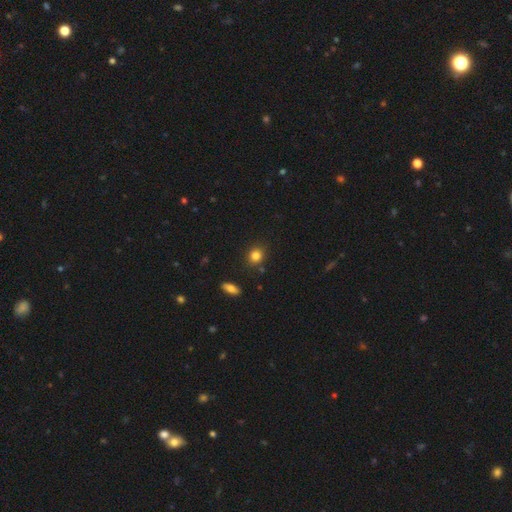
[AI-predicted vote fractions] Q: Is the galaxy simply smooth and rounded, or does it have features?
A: smooth — 83%.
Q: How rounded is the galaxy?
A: round — 79%.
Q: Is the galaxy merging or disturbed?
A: none — 85%.